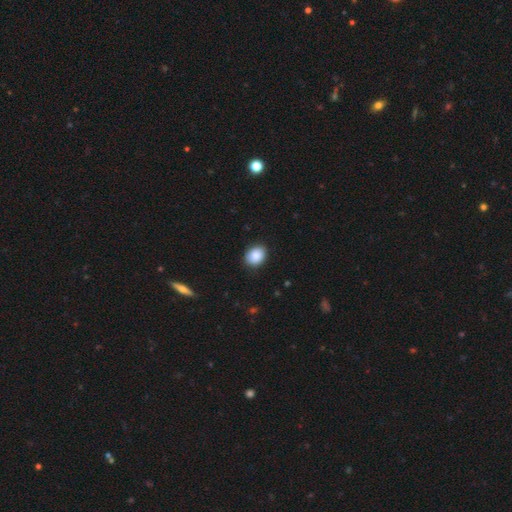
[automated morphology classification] Smooth or featured? smooth (89%)
How rounded? in between (54%)
Merging? none (88%)